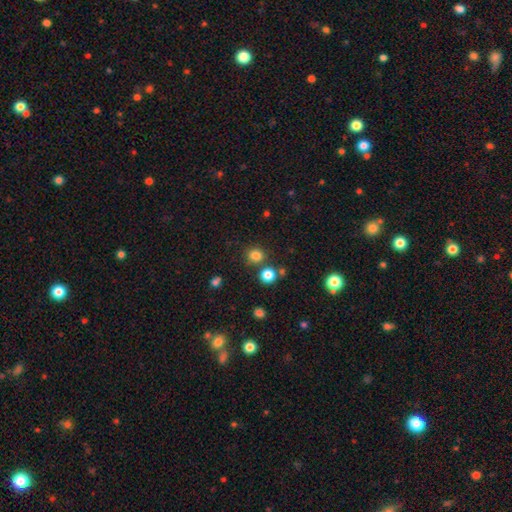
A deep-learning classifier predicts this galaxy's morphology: type=smooth (80%); roundness=round (88%); merging=none (78%).